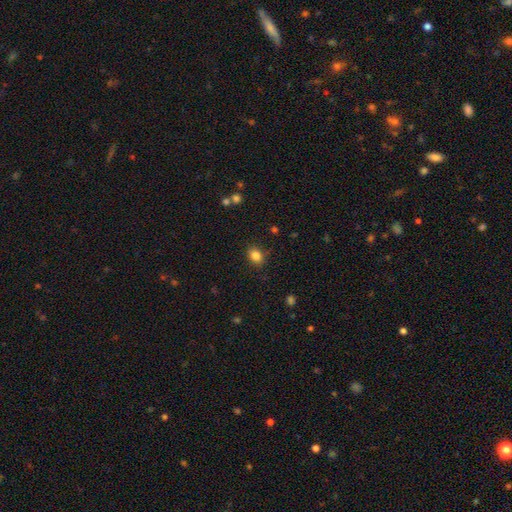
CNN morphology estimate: This appears to be a smooth galaxy with no disk features (84%) that is in between round and cigar-shaped (67%). Merging: none (84%).